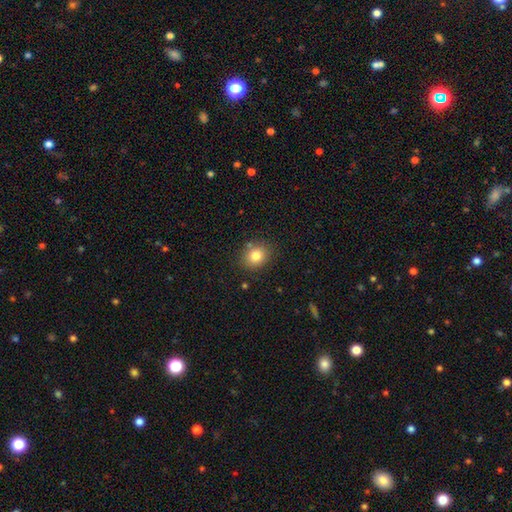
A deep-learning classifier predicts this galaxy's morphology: smooth-or-featured: smooth: 81% | star or artifact: 11% | featured or disk: 8%
  how-rounded: round: 65% | in between: 34% | cigar-shaped: 1%
  merging: none: 82% | minor disturbance: 11% | merger: 4% | major disturbance: 3%